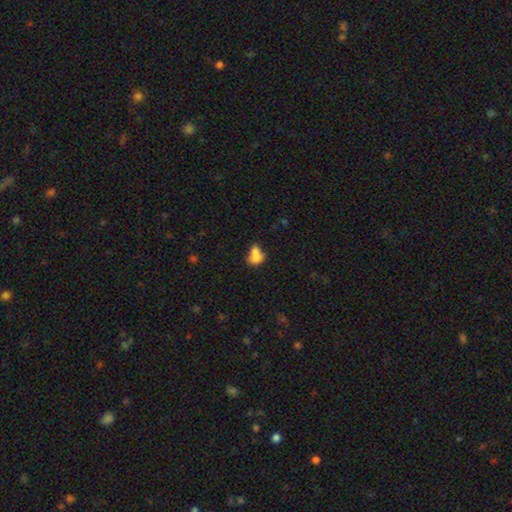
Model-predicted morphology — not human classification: Smooth or featured? Predicted: smooth (p=0.74). How rounded? Predicted: in between (p=0.68). Merging? Predicted: merger (p=0.57).